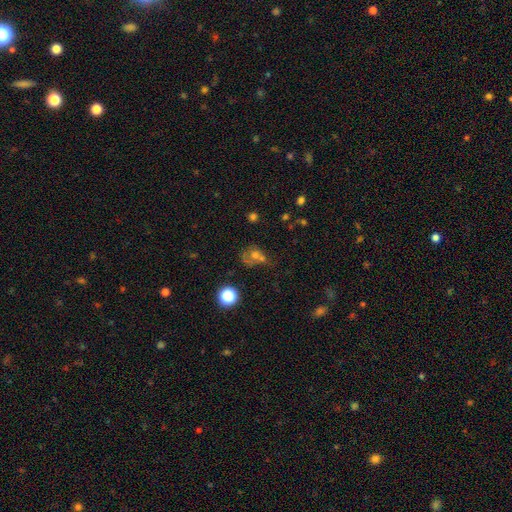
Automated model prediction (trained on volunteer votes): Overall: smooth (53%; star or artifact 26%). How rounded: round (64%; in between 35%). Merging: none (35%; merger 34%).